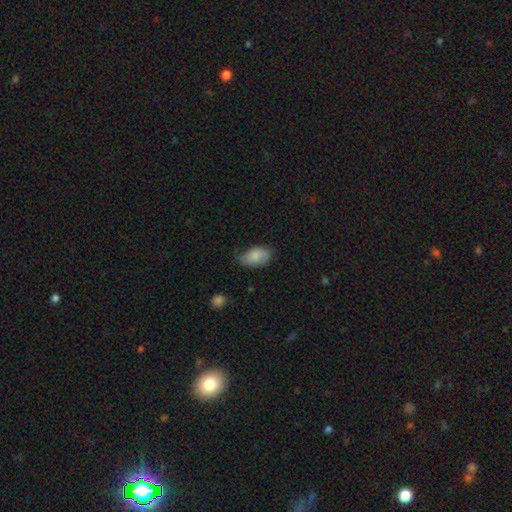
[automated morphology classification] Smooth or featured?
  - smooth: 80% *
  - featured or disk: 13%
  - star or artifact: 7%
How rounded?
  - in between: 92% *
  - round: 7%
  - cigar-shaped: 1%
Merging?
  - none: 47% *
  - minor disturbance: 39%
  - major disturbance: 12%
  - merger: 2%